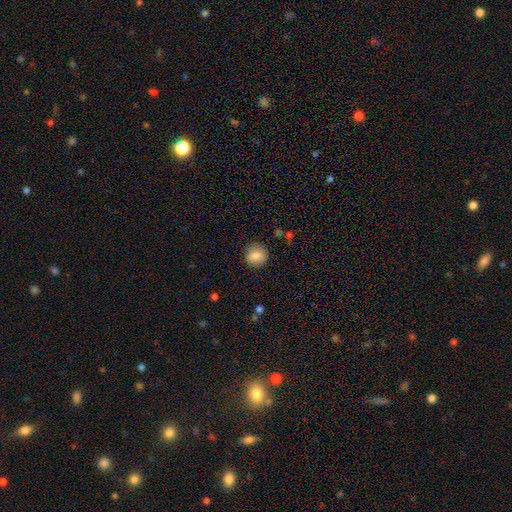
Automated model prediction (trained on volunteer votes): smooth-or-featured: smooth: 82% | featured or disk: 10% | star or artifact: 8%
  how-rounded: round: 87% | in between: 12% | cigar-shaped: 1%
  merging: none: 84% | minor disturbance: 11% | major disturbance: 3% | merger: 1%